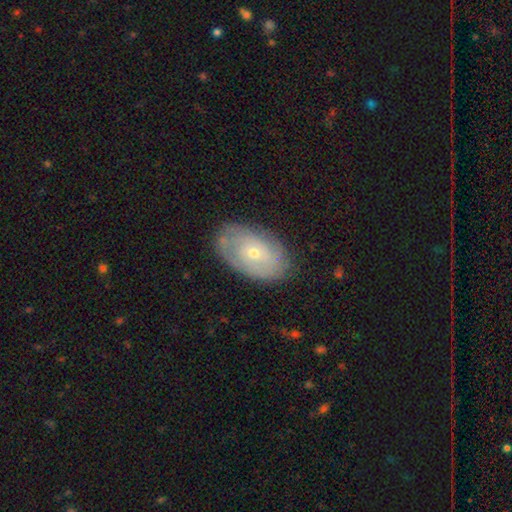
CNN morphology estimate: Q: Smooth or featured?
A: featured or disk (60%); runner-up: smooth (32%)
Q: Edge-on disk?
A: no (93%); runner-up: yes (7%)
Q: Bar?
A: no (80%); runner-up: weak (17%)
Q: Spiral arms?
A: yes (69%); runner-up: no (31%)
Q: Bulge size?
A: small (64%); runner-up: moderate (33%)
Q: Merging?
A: none (79%); runner-up: minor disturbance (16%)